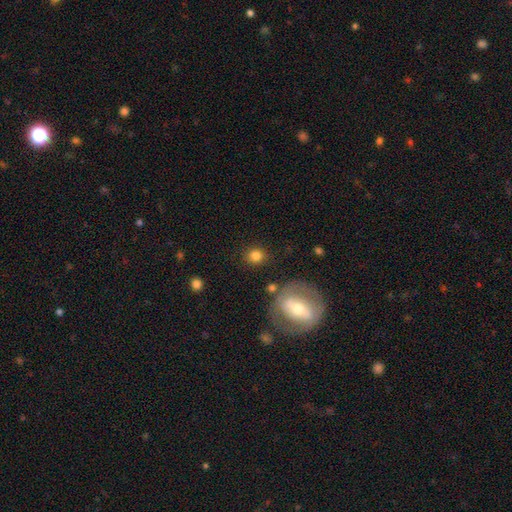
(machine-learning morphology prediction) smooth 81%, star or artifact 11%, featured or disk 8%. Down the decision tree: how rounded — round (81%); merging — none (83%).